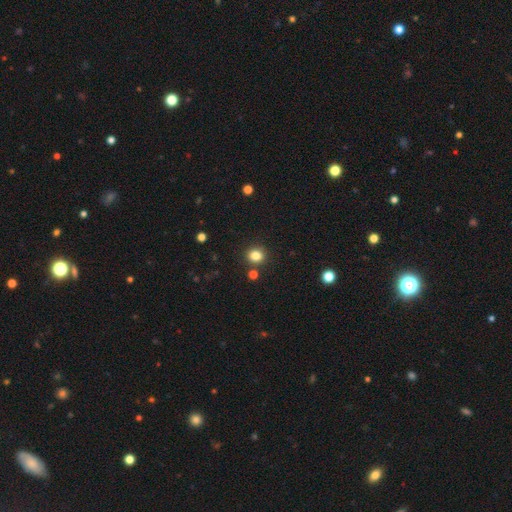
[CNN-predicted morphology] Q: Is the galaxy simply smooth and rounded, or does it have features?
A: smooth — 82%.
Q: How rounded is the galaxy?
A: round — 82%.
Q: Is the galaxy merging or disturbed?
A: none — 86%.